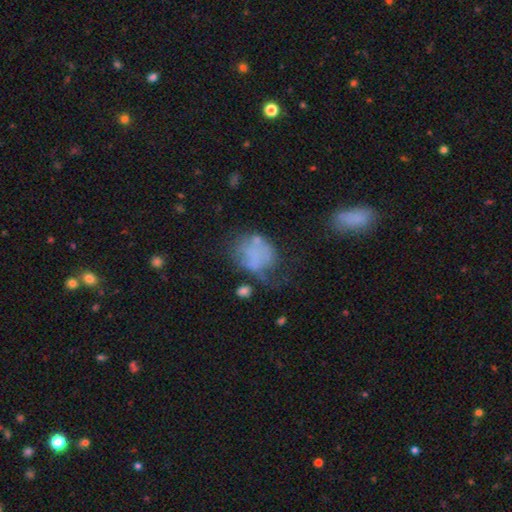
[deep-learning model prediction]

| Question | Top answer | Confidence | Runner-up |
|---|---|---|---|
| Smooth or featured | smooth | 56% | featured or disk (32%) |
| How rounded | in between | 52% | round (46%) |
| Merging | major disturbance | 34% | none (29%) |